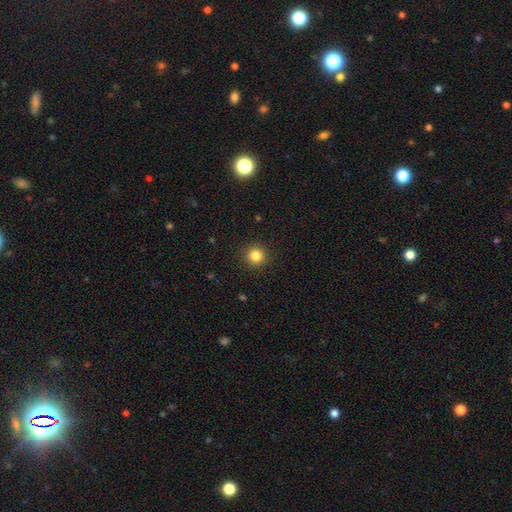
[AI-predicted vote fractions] The model was most divided on "smooth or featured": smooth: 83%, star or artifact: 12%, featured or disk: 5%. More confident: how rounded — round (95%); merging — none (92%).